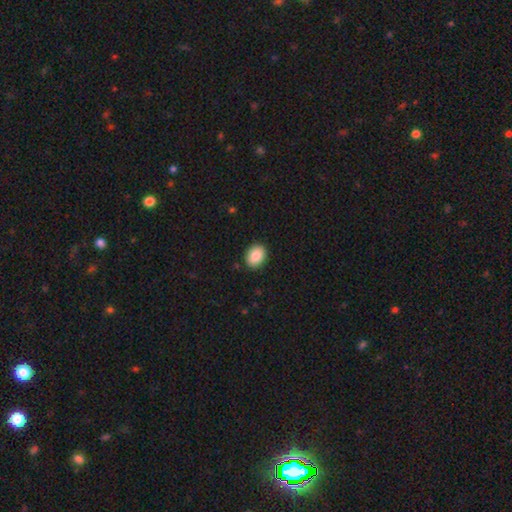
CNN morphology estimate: This appears to be a smooth galaxy with no disk features (86%) that is in between round and cigar-shaped (63%). Merging: none (90%).